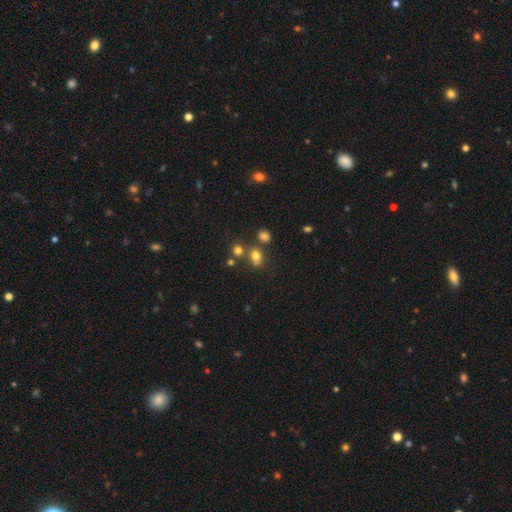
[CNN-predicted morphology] Overall: smooth (73%). How rounded: in between (50%; round 48%). Merging: none (58%; merger 22%).